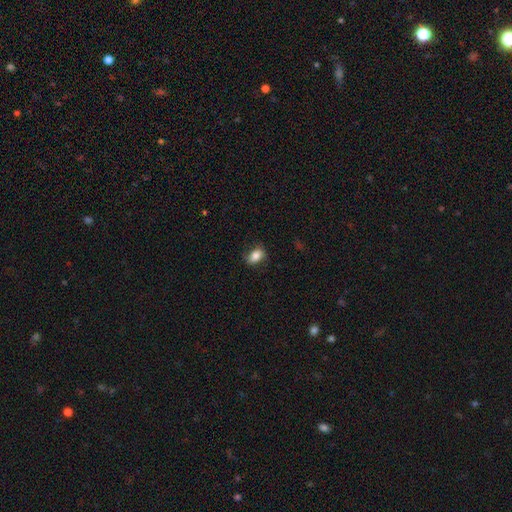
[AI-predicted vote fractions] The model was most divided on "merging": none: 75%, minor disturbance: 19%, major disturbance: 5%, merger: 1%. More confident: how rounded — in between (83%); smooth or featured — smooth (81%).